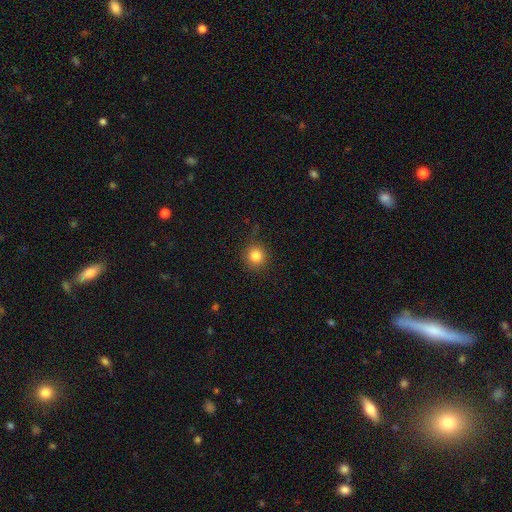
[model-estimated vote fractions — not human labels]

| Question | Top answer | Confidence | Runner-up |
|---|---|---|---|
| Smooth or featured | smooth | 83% | star or artifact (11%) |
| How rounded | round | 92% | in between (7%) |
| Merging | none | 86% | minor disturbance (10%) |